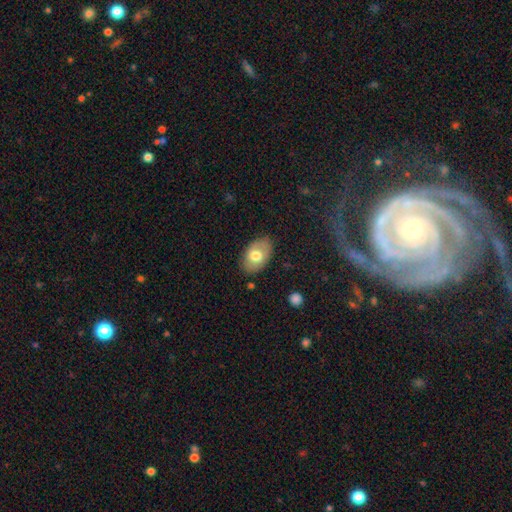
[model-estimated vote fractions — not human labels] smooth 71%, featured or disk 22%, star or artifact 7%. Down the decision tree: how rounded — in between (90%); merging — none (83%).